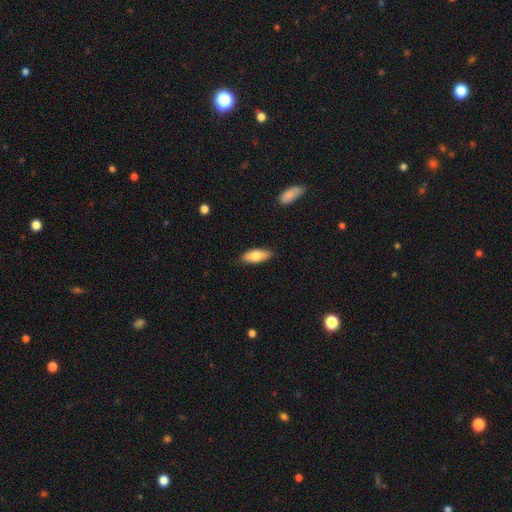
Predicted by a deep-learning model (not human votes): Smooth or featured? smooth (75%)
How rounded? in between (76%)
Merging? none (85%)